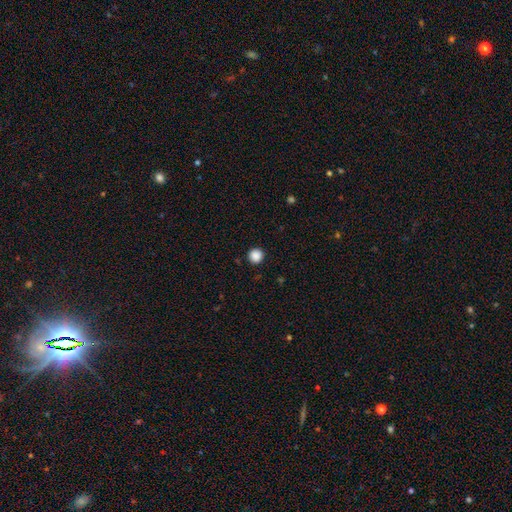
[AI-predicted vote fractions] smooth 88%, star or artifact 10%, featured or disk 2%. Down the decision tree: how rounded — round (95%); merging — none (92%).